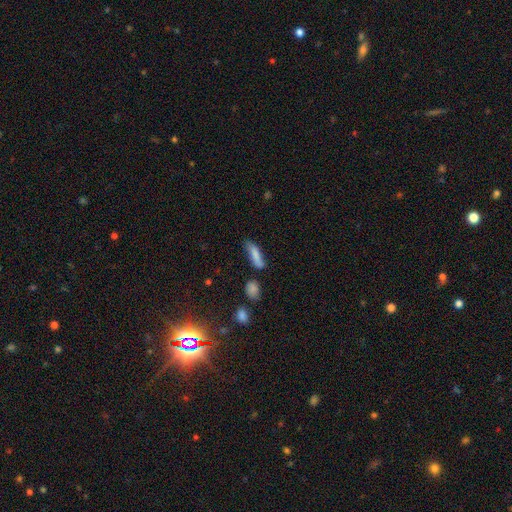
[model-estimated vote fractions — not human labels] smooth 77%, featured or disk 15%, star or artifact 8%. Down the decision tree: how rounded — cigar-shaped (63%); merging — none (58%).